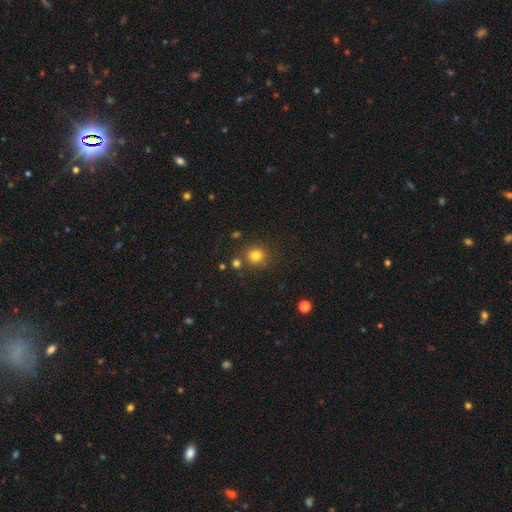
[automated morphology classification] A smooth galaxy with no disk features (80%) that is round (90%). Merging: none (80%).